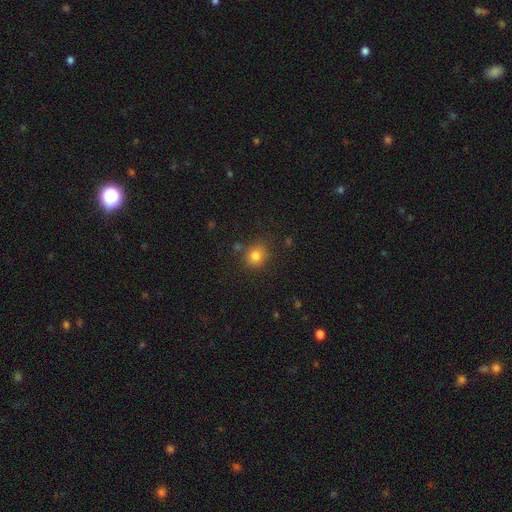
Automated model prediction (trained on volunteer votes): Smooth or featured: smooth — 80% (star or artifact — 13%)
How rounded: round — 77% (in between — 22%)
Merging: none — 78% (minor disturbance — 13%)